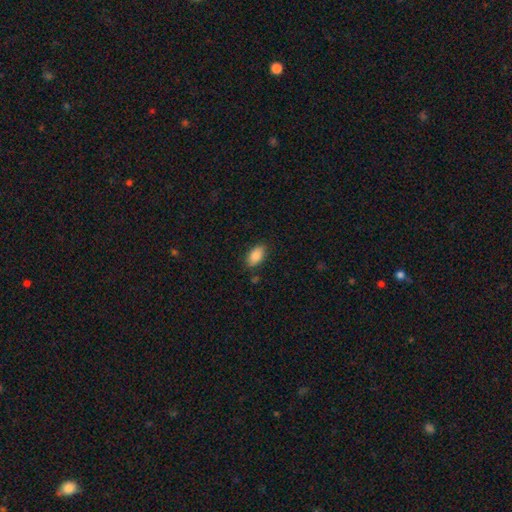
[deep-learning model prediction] Smooth or featured? Predicted: smooth (p=0.86). How rounded? Predicted: in between (p=0.93). Merging? Predicted: none (p=0.84).